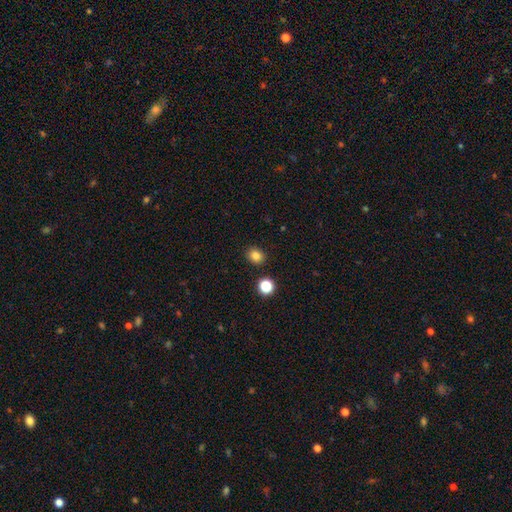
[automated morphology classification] This appears to be a smooth galaxy with no disk features (82%) that is round (59%). Merging: none (88%).